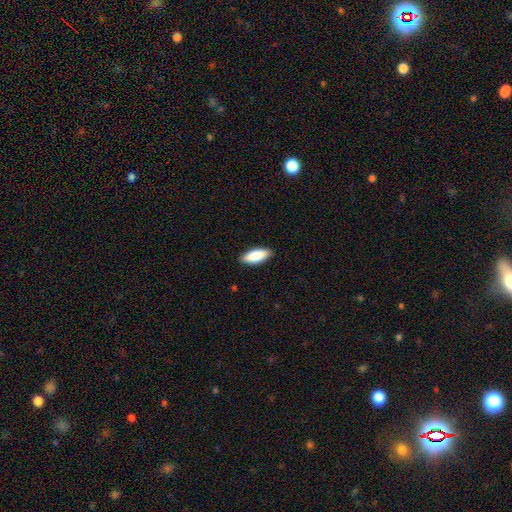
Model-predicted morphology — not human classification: smooth-or-featured: smooth: 85% | featured or disk: 9% | star or artifact: 6%
  how-rounded: in between: 76% | cigar-shaped: 22% | round: 2%
  merging: none: 88% | minor disturbance: 9% | major disturbance: 2% | merger: 1%